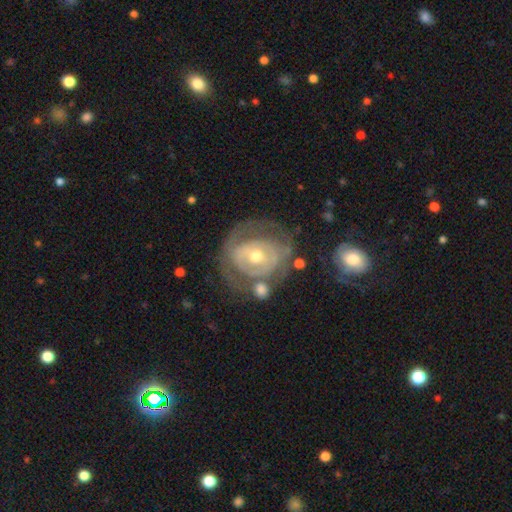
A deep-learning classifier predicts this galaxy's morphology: A featured or disk galaxy (76%) with no bar (66%), spiral arms (63%) and a moderate central bulge (57%). Merging: none (57%).